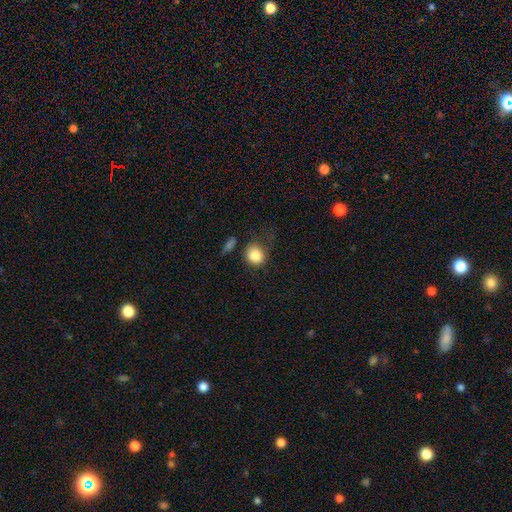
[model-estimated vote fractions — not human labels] Smooth or featured? Predicted: smooth (p=0.83). How rounded? Predicted: round (p=0.75). Merging? Predicted: none (p=0.53).